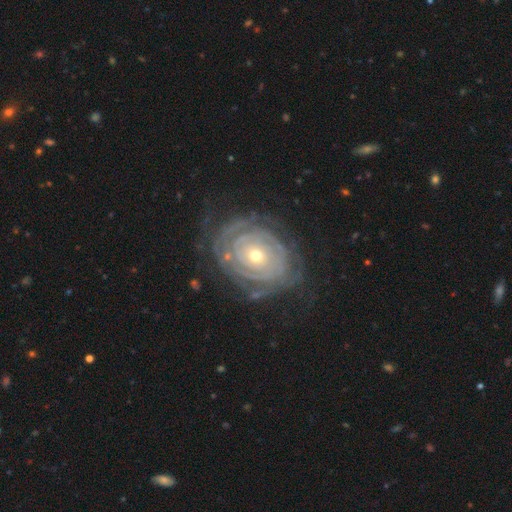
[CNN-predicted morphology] smooth_or_featured: featured or disk (p=0.87) [alt: smooth p=0.07]
disk_edge_on: no (p=0.96) [alt: yes p=0.04]
bar: no (p=0.80) [alt: weak p=0.14]
has_spiral_arms: yes (p=0.93) [alt: no p=0.07]
spiral_winding: tight (p=0.86) [alt: medium p=0.11]
spiral_arm_count: can't tell (p=0.41) [alt: 2 p=0.17]
bulge_size: small (p=0.51) [alt: moderate p=0.45]
merging: none (p=0.73) [alt: minor disturbance p=0.16]